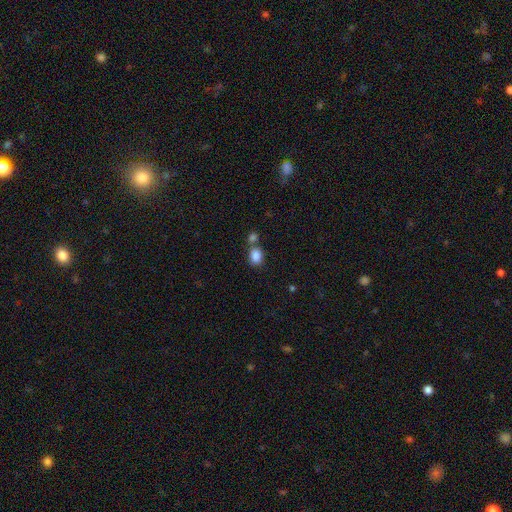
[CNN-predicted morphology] Smooth or featured?
  - smooth: 86% *
  - star or artifact: 9%
  - featured or disk: 5%
How rounded?
  - in between: 62% *
  - round: 37%
  - cigar-shaped: 1%
Merging?
  - none: 52% *
  - merger: 33%
  - minor disturbance: 11%
  - major disturbance: 4%